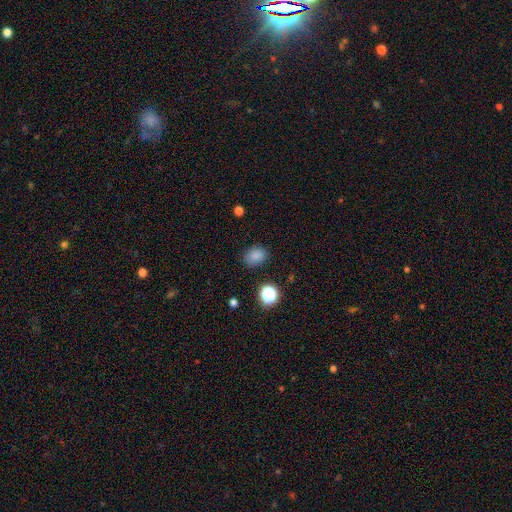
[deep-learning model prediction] smooth-or-featured: smooth: 82% | star or artifact: 14% | featured or disk: 4%
  how-rounded: in between: 52% | round: 47% | cigar-shaped: 1%
  merging: none: 82% | minor disturbance: 13% | major disturbance: 4% | merger: 2%